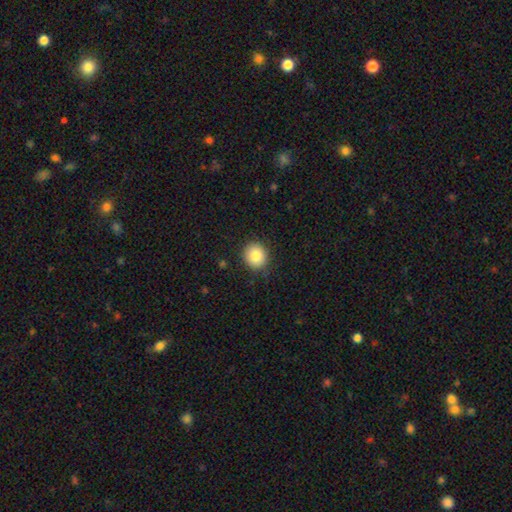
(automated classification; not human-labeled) Smooth or featured?
  - smooth: 84% *
  - star or artifact: 9%
  - featured or disk: 7%
How rounded?
  - round: 83% *
  - in between: 16%
  - cigar-shaped: 1%
Merging?
  - none: 87% *
  - minor disturbance: 9%
  - major disturbance: 2%
  - merger: 1%